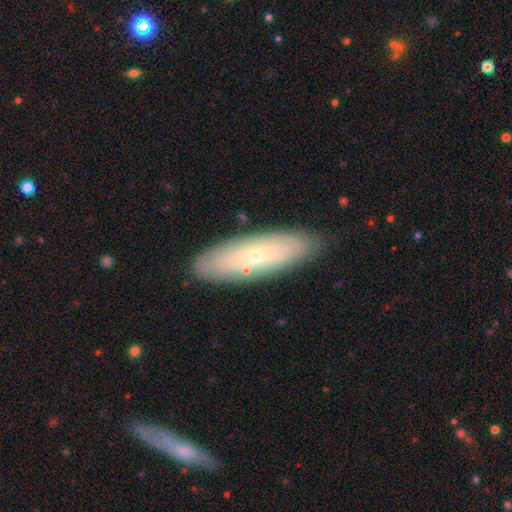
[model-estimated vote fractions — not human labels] Q: Smooth or featured?
A: smooth (48%); runner-up: featured or disk (45%)
Q: Merging?
A: none (85%); runner-up: minor disturbance (10%)